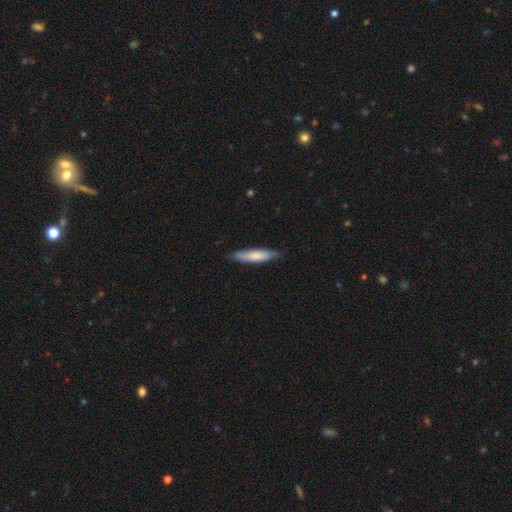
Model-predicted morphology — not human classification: smooth_or_featured: smooth (p=0.74) [alt: featured or disk p=0.21]
how_rounded: cigar-shaped (p=0.81) [alt: in between p=0.18]
merging: none (p=0.81) [alt: minor disturbance p=0.16]